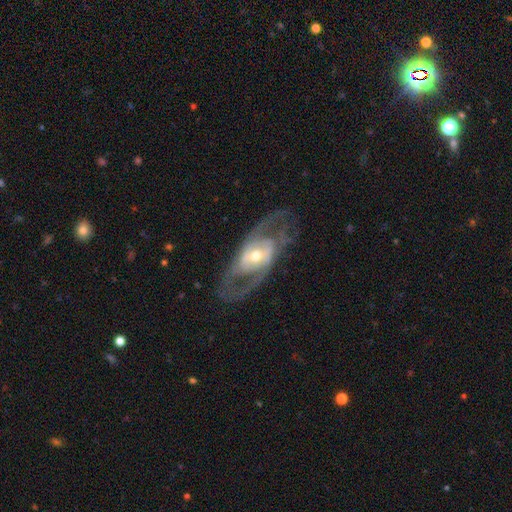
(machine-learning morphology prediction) This is clearly a featured or disk galaxy (84%). It is clearly not viewed edge-on (92%). Bar: marginally no (41%). Spiral arm pattern: clearly yes (85%). Spiral arm count: likely 2 (77%). Spiral winding: possibly medium (49%). Central bulge: possibly moderate (56%). Merging: likely none (71%).